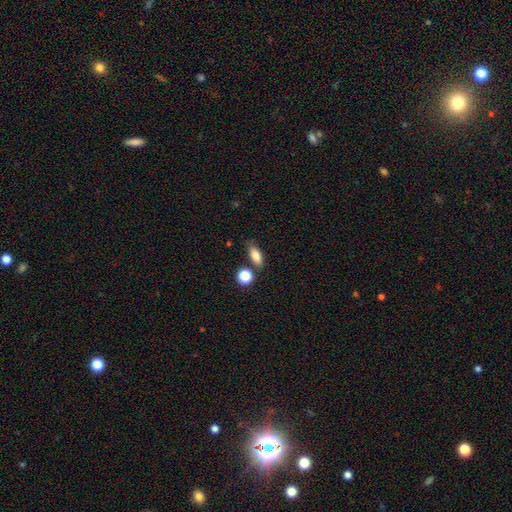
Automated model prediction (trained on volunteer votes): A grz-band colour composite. It shows a smooth galaxy with no disk features (81%) that is in between round and cigar-shaped (77%). Merging: none (73%).